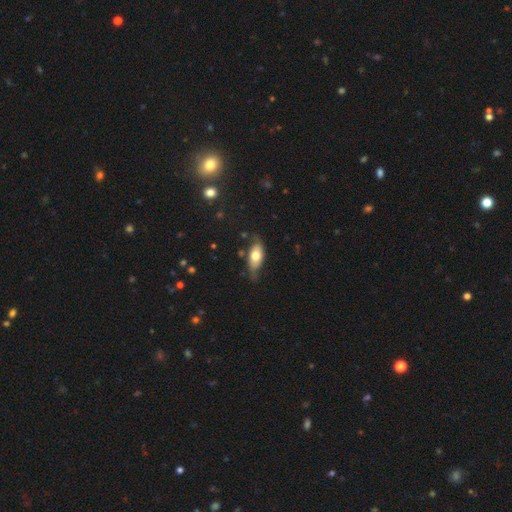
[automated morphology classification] A smooth galaxy with no disk features (59%) that is in between round and cigar-shaped (83%). Merging: none (60%).